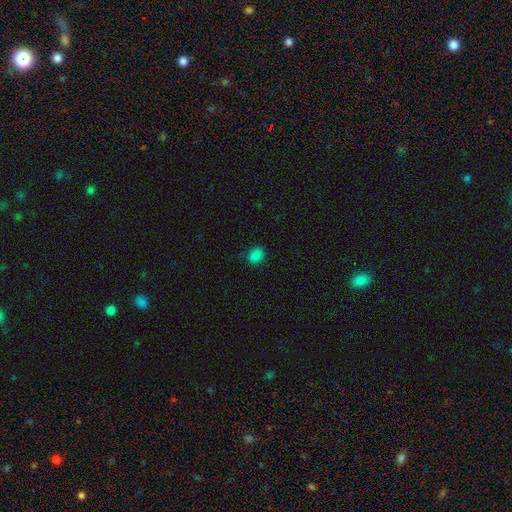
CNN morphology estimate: Overall: smooth (82%). How rounded: in between (56%; round 43%). Merging: none (83%).